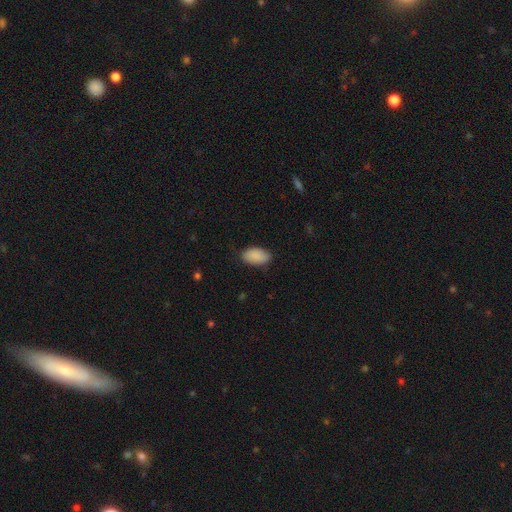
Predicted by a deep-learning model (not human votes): A smooth galaxy with no disk features (90%) that is in between round and cigar-shaped (94%). Merging: none (84%).